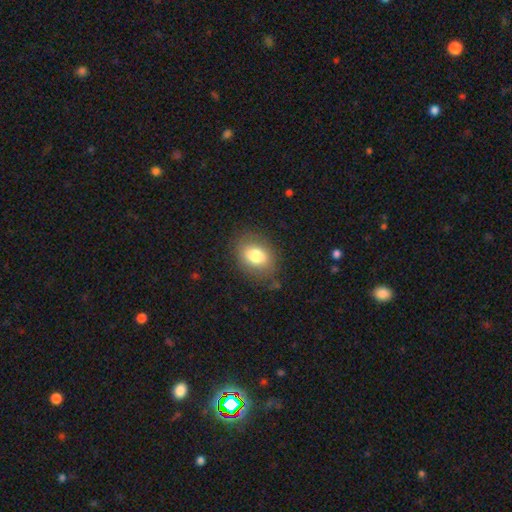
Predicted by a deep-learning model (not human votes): Morphology: type=smooth (77%); roundness=in between (65%); merging=none (81%).